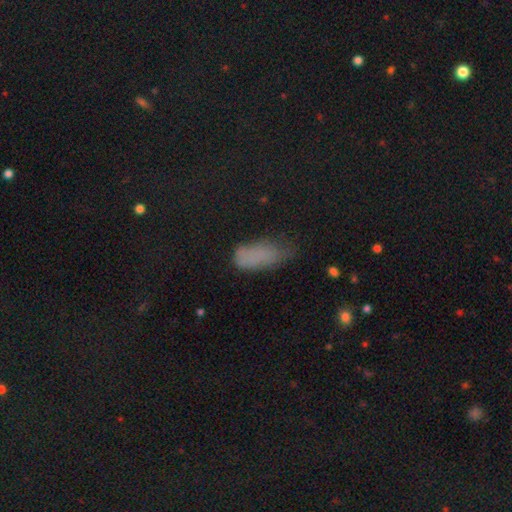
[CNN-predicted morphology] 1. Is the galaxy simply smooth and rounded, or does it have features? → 74% smooth, 15% star or artifact, 11% featured or disk.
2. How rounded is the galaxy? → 83% in between, 13% cigar-shaped, 4% round.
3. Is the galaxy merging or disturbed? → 39% minor disturbance, 36% none, 21% major disturbance, 4% merger.